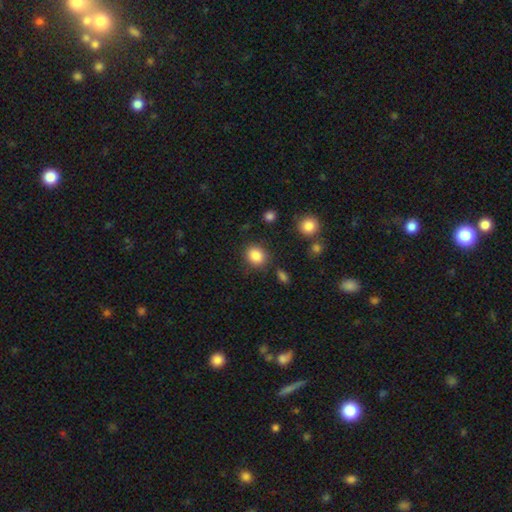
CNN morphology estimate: Q: Smooth or featured?
A: smooth (86%); runner-up: star or artifact (9%)
Q: How rounded?
A: round (69%); runner-up: in between (30%)
Q: Merging?
A: none (83%); runner-up: minor disturbance (10%)